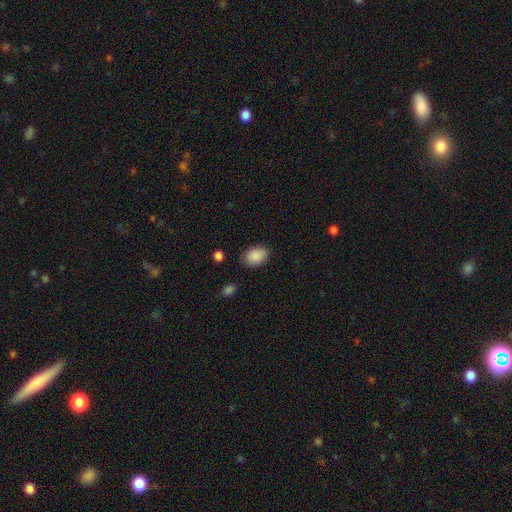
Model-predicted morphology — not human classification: Smooth or featured?
  - smooth: 89% *
  - star or artifact: 8%
  - featured or disk: 3%
How rounded?
  - in between: 78% *
  - round: 21%
  - cigar-shaped: 1%
Merging?
  - none: 84% *
  - minor disturbance: 12%
  - major disturbance: 3%
  - merger: 2%